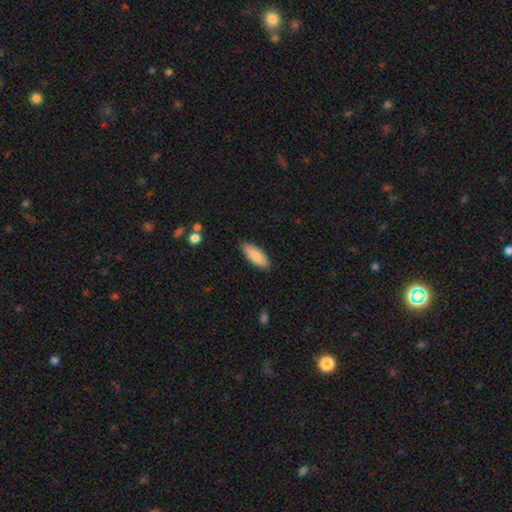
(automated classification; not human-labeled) smooth-or-featured: smooth: 87% | featured or disk: 8% | star or artifact: 6%
  how-rounded: in between: 74% | cigar-shaped: 24% | round: 2%
  merging: none: 86% | minor disturbance: 11% | major disturbance: 2% | merger: 1%